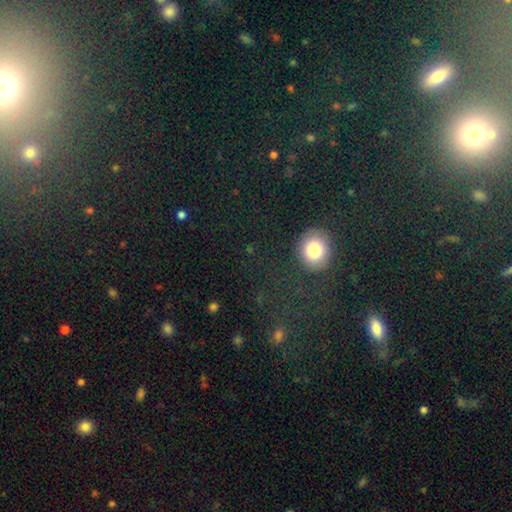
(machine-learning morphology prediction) Smooth or featured? smooth (45%, tied with star or artifact)
Merging? none (75%)